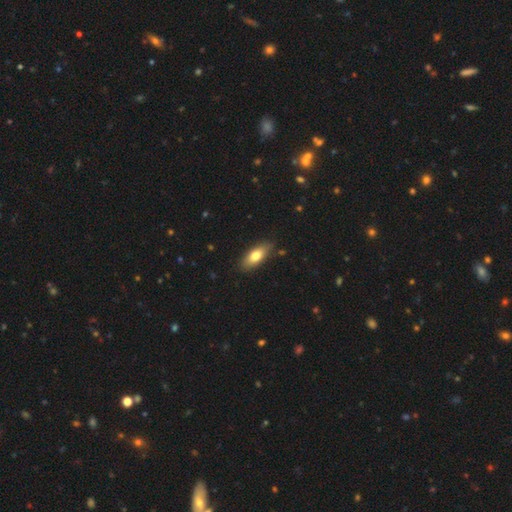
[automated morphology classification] This appears to be a smooth galaxy with no disk features (74%) that is in between round and cigar-shaped (77%). Merging: none (83%).